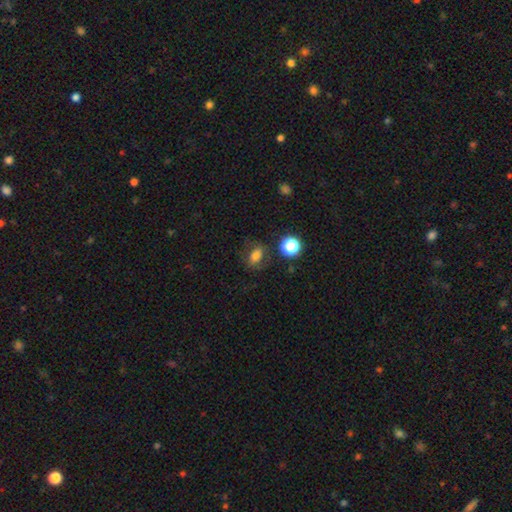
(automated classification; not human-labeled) smooth_or_featured: smooth (p=0.68) [alt: featured or disk p=0.16]
how_rounded: in between (p=0.70) [alt: round p=0.28]
merging: none (p=0.69) [alt: minor disturbance p=0.18]